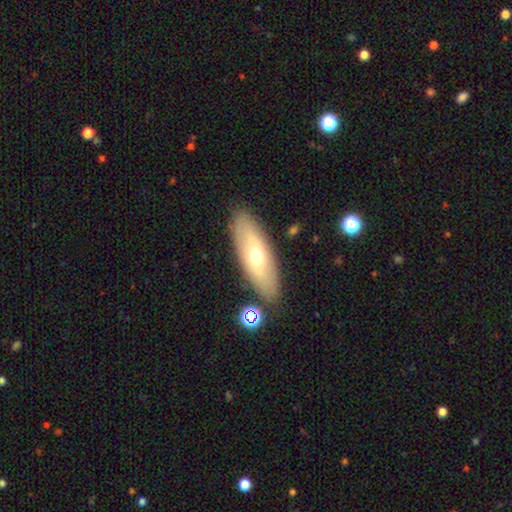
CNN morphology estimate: smooth 53%, featured or disk 40%, star or artifact 7%. Down the decision tree: how rounded — in between (65%); merging — none (84%).